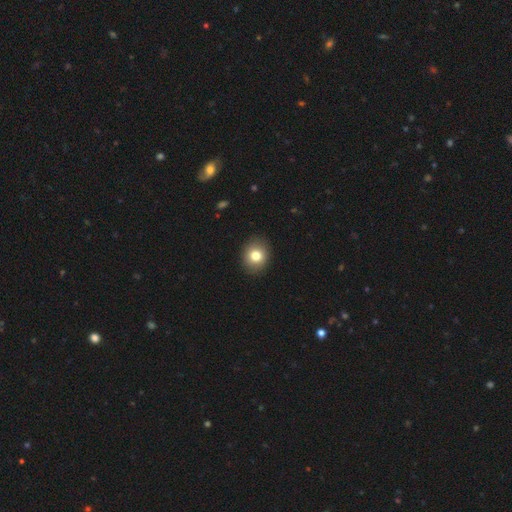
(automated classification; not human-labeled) Overall: smooth (80%). How rounded: round (70%). Merging: none (90%).